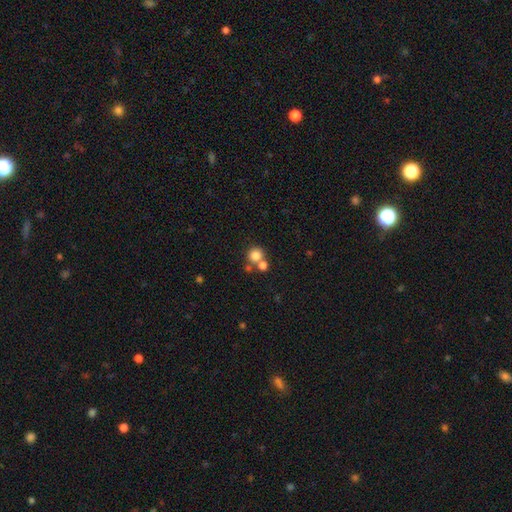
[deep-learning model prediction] The model was most divided on "merging": none: 56%, merger: 33%, minor disturbance: 7%, major disturbance: 3%. More confident: how rounded — round (89%); smooth or featured — smooth (79%).